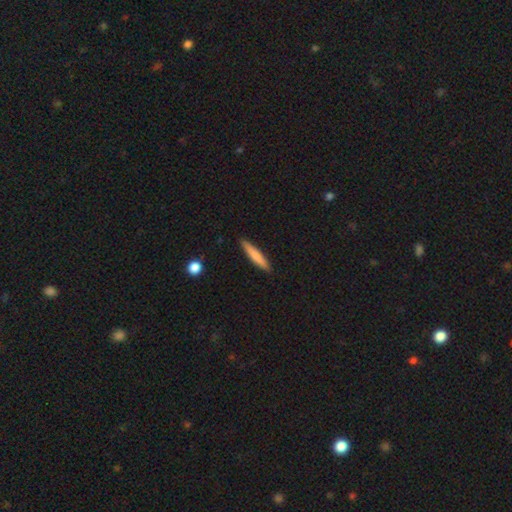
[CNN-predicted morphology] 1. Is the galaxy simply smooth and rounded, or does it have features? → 72% smooth, 22% featured or disk, 6% star or artifact.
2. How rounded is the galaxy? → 92% cigar-shaped, 7% in between, 1% round.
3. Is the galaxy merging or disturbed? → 90% none, 7% minor disturbance, 1% major disturbance, 1% merger.